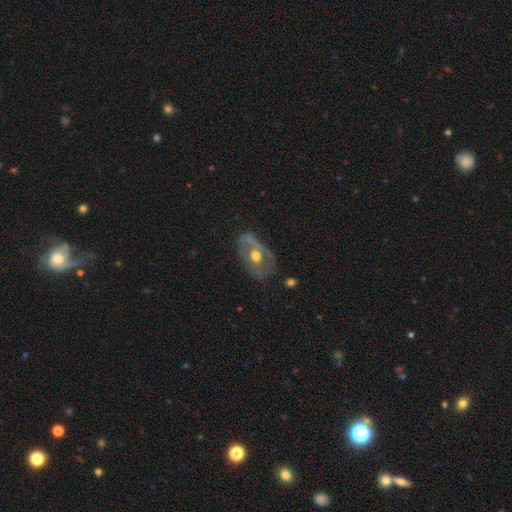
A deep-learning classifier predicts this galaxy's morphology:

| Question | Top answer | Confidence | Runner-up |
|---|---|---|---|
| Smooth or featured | featured or disk | 64% | smooth (29%) |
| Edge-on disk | no | 90% | yes (10%) |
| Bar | no | 76% | weak (17%) |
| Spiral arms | no | 69% | yes (31%) |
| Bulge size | moderate | 76% | large (11%) |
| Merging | none | 51% | minor disturbance (26%) |